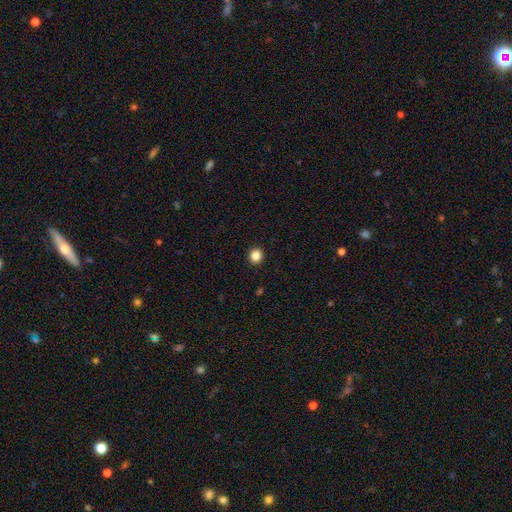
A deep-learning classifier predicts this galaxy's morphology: Smooth or featured: smooth — 85% (star or artifact — 11%)
How rounded: round — 92% (in between — 7%)
Merging: none — 93% (minor disturbance — 4%)